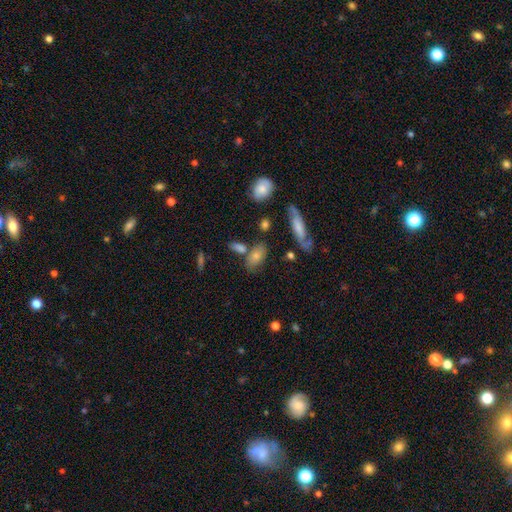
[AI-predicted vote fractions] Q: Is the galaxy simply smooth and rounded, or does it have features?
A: smooth — 64%.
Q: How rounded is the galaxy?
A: in between — 77%.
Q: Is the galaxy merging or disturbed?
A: none — 60%.